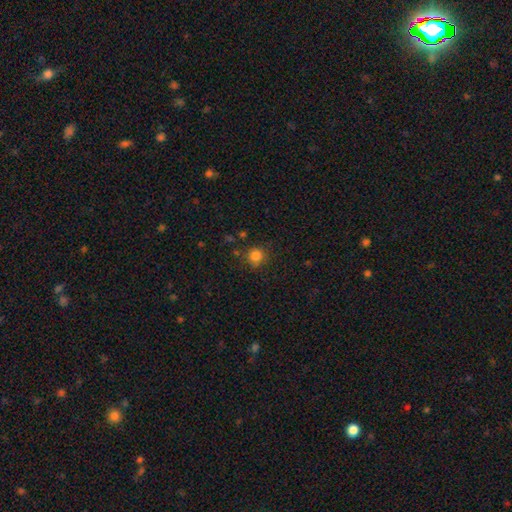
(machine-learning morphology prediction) smooth 83%, star or artifact 13%, featured or disk 5%. Down the decision tree: how rounded — round (92%); merging — none (83%).